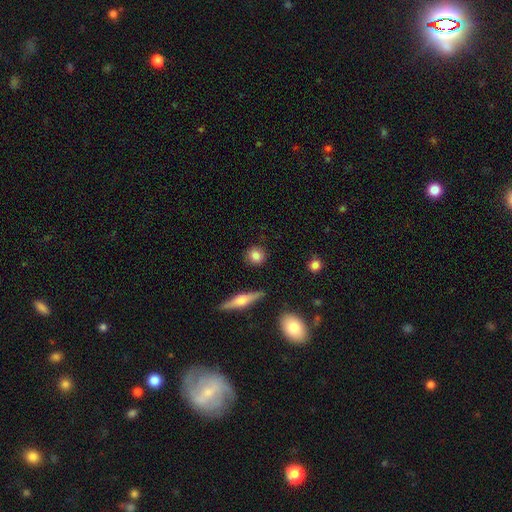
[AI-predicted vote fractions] smooth 80%, featured or disk 11%, star or artifact 8%. Down the decision tree: how rounded — round (88%); merging — none (89%).